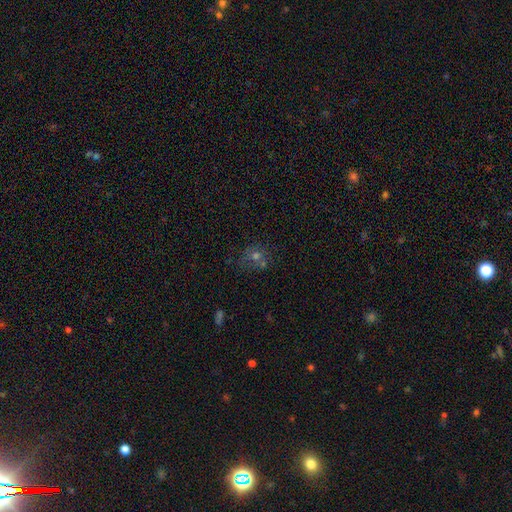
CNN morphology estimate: Smooth or featured: smooth — 50% (star or artifact — 29%)
How rounded: round — 78% (in between — 21%)
Merging: none — 58% (merger — 18%)